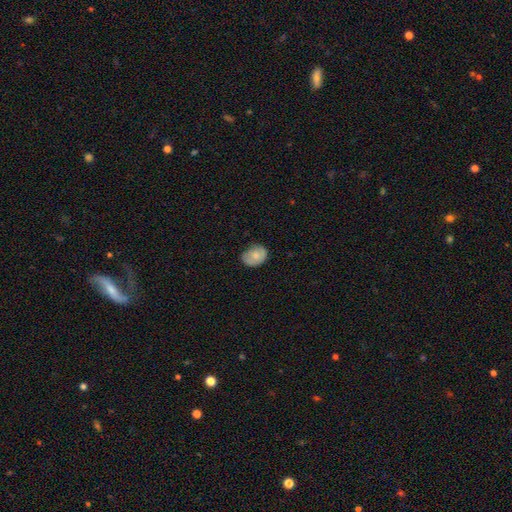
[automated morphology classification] type=smooth (75%); roundness=in between (64%); merging=none (69%).